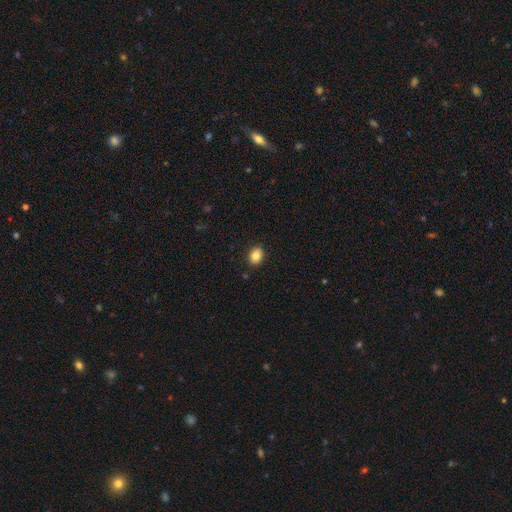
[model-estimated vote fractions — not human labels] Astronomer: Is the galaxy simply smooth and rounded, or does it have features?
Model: smooth — 86%.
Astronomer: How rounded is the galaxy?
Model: in between — 63%.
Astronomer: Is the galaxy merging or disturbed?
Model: none — 89%.